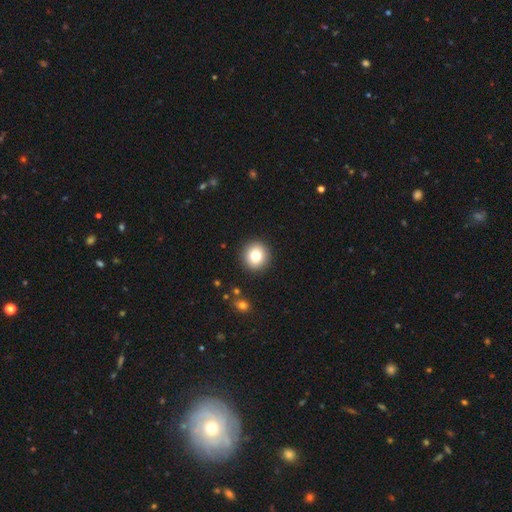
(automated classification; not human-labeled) smooth-or-featured: smooth: 78% | featured or disk: 11% | star or artifact: 11%
  how-rounded: round: 93% | in between: 6% | cigar-shaped: 1%
  merging: none: 92% | minor disturbance: 5% | major disturbance: 2% | merger: 1%